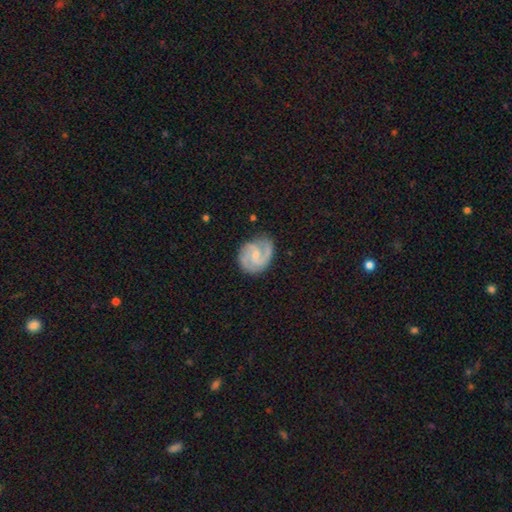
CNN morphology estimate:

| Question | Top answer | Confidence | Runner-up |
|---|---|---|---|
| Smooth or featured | featured or disk | 85% | smooth (10%) |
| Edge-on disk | no | 98% | yes (2%) |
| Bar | weak | 49% | no (42%) |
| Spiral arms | yes | 97% | no (3%) |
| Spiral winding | medium | 52% | tight (36%) |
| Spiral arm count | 2 | 71% | 3 (15%) |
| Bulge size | small | 57% | moderate (25%) |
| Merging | none | 76% | minor disturbance (17%) |